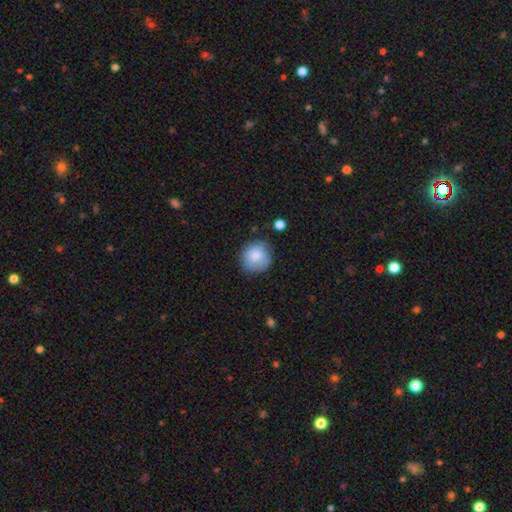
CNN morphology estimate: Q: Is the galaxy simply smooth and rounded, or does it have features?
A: smooth — 81%.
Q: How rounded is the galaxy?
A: round — 88%.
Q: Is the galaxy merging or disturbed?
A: none — 73%.